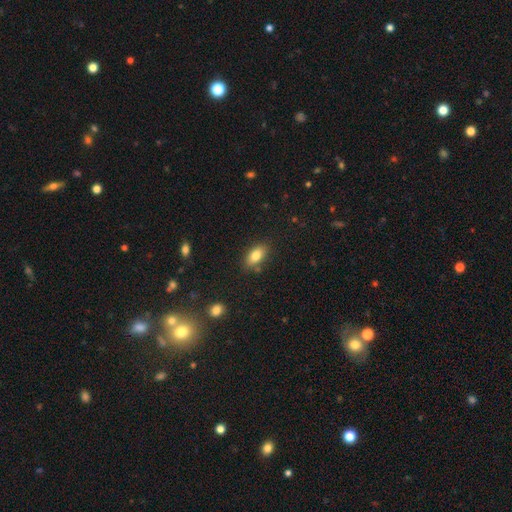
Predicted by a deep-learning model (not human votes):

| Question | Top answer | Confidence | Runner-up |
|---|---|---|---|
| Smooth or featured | smooth | 82% | featured or disk (9%) |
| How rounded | in between | 89% | round (7%) |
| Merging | none | 80% | minor disturbance (13%) |